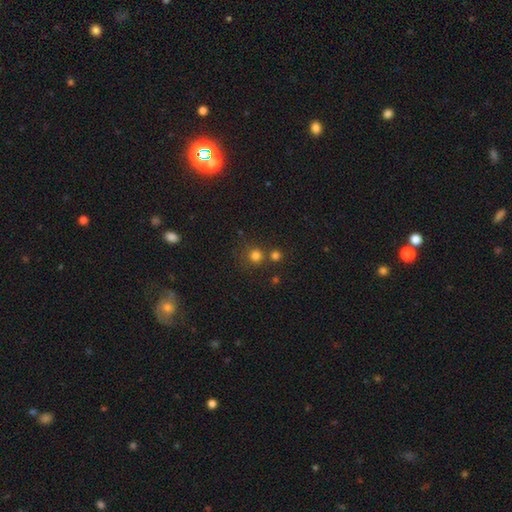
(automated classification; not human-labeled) The model was most divided on "merging": none: 68%, merger: 21%, minor disturbance: 8%, major disturbance: 4%. More confident: how rounded — round (92%); smooth or featured — smooth (77%).